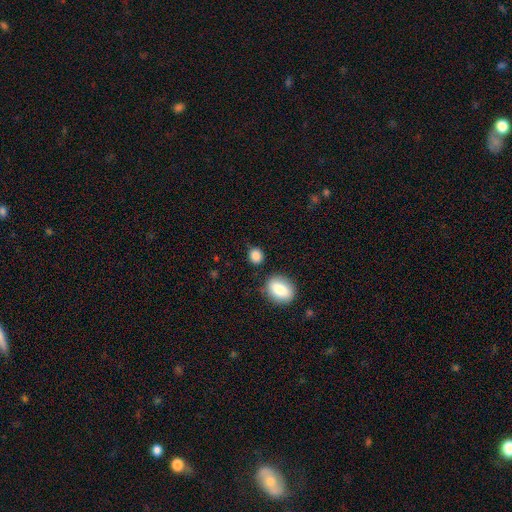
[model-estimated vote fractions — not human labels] smooth-or-featured: smooth: 87% | star or artifact: 9% | featured or disk: 4%
  how-rounded: round: 66% | in between: 33% | cigar-shaped: 2%
  merging: none: 75% | minor disturbance: 14% | merger: 6% | major disturbance: 4%